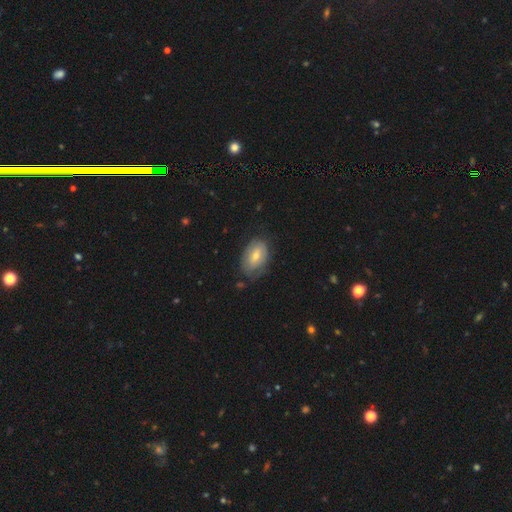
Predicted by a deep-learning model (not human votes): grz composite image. It shows a smooth galaxy with no disk features (55%) that is in between round and cigar-shaped (88%). Merging: none (62%).